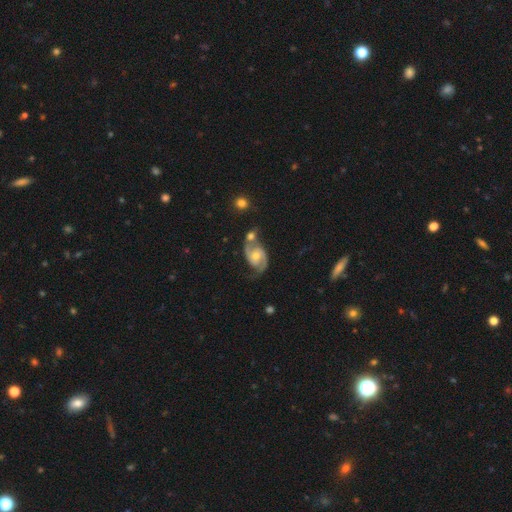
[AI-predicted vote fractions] featured or disk 89%, smooth 6%, star or artifact 5%. Down the decision tree: edge-on disk — no (98%); bar — no (55%); spiral arms — yes (97%); spiral arm count — 2 (92%); spiral winding — medium (54%); bulge size — moderate (56%); merging — none (54%).